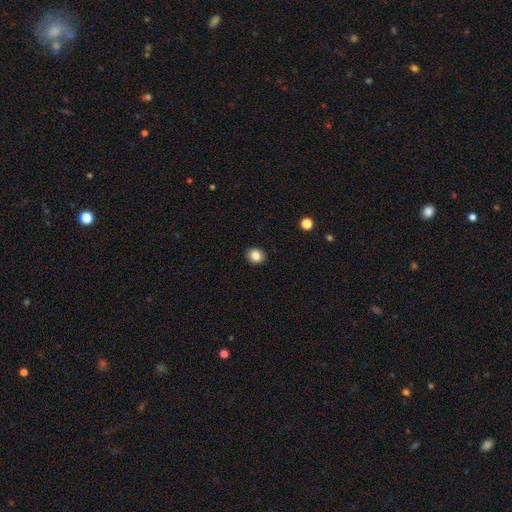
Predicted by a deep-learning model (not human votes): A smooth galaxy with no disk features (85%) that is round (60%).

Vote fractions:
- Smooth or featured? smooth: 85% / star or artifact: 10% / featured or disk: 5%
- How rounded? round: 60% / in between: 39% / cigar-shaped: 1%
- Merging? none: 90% / minor disturbance: 7% / major disturbance: 2% / merger: 1%